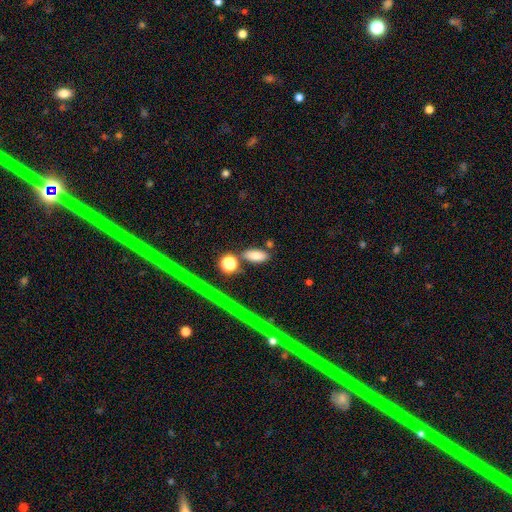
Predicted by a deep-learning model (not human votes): Morphology: type=smooth (82%); roundness=in between (87%); merging=none (71%).